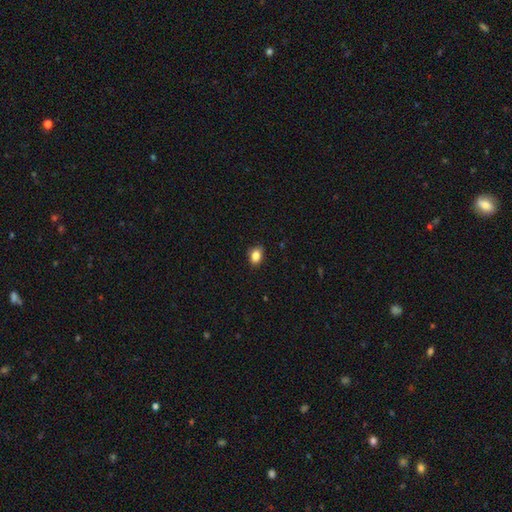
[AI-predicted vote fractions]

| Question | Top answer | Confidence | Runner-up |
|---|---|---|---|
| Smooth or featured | smooth | 85% | star or artifact (10%) |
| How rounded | in between | 71% | round (28%) |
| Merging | none | 82% | minor disturbance (15%) |